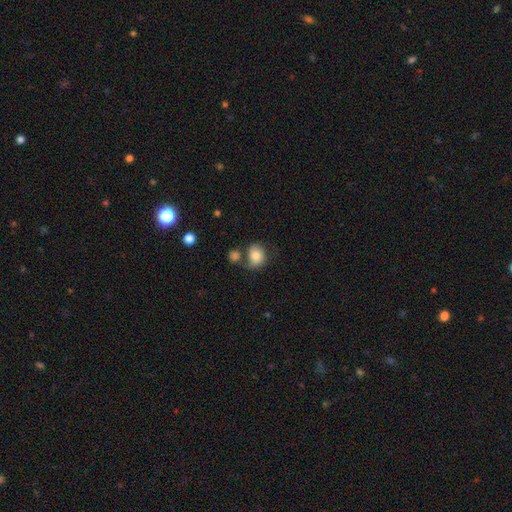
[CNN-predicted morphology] Smooth or featured? smooth (78%)
How rounded? round (63%)
Merging? none (47%)